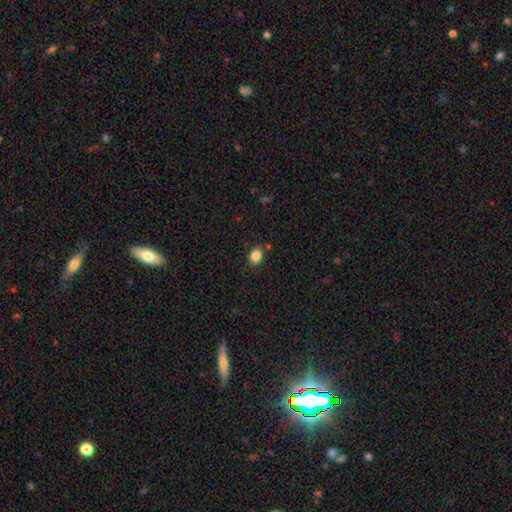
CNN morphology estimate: smooth-or-featured: smooth: 85% | star or artifact: 11% | featured or disk: 5%
  how-rounded: round: 52% | in between: 47% | cigar-shaped: 1%
  merging: none: 83% | minor disturbance: 10% | merger: 4% | major disturbance: 3%